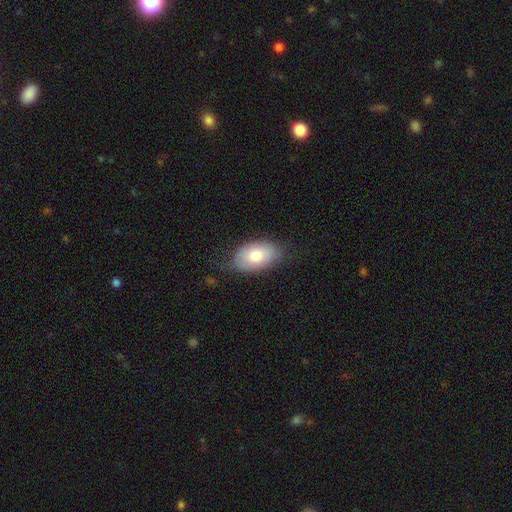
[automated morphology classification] type=smooth (73%); roundness=in between (92%); merging=none (68%).